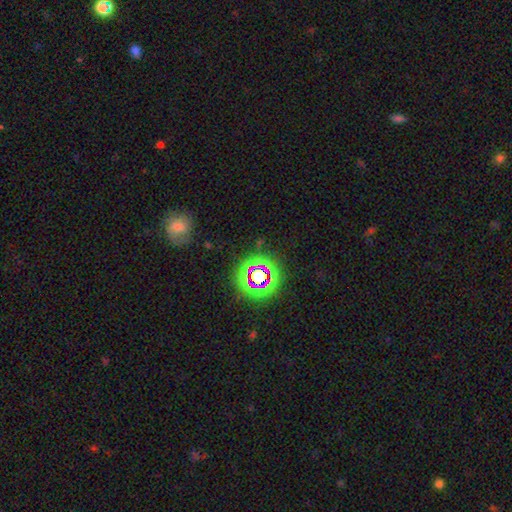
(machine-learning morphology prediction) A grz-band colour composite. It shows a star or artifact, not a galaxy (68%).